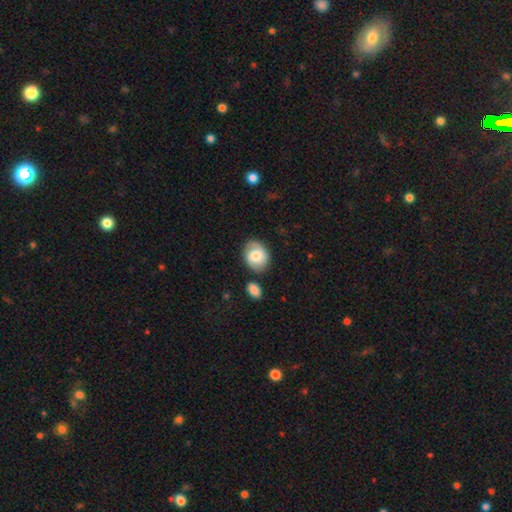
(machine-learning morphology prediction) smooth 62%, featured or disk 31%, star or artifact 8%. Down the decision tree: how rounded — in between (51%); merging — none (75%).